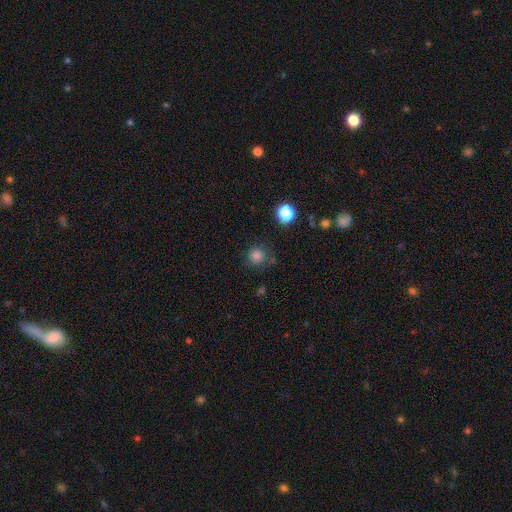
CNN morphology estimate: Smooth or featured?
  - smooth: 81% *
  - star or artifact: 15%
  - featured or disk: 4%
How rounded?
  - round: 94% *
  - in between: 5%
  - cigar-shaped: 1%
Merging?
  - none: 80% *
  - minor disturbance: 12%
  - major disturbance: 4%
  - merger: 3%